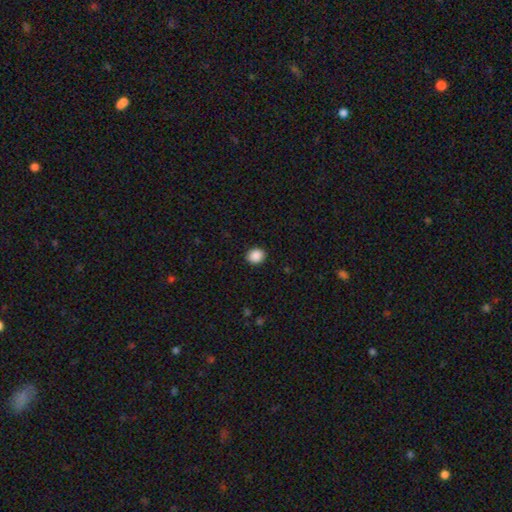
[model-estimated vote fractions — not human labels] A smooth galaxy with no disk features (89%) that is round (71%). Merging: none (91%).